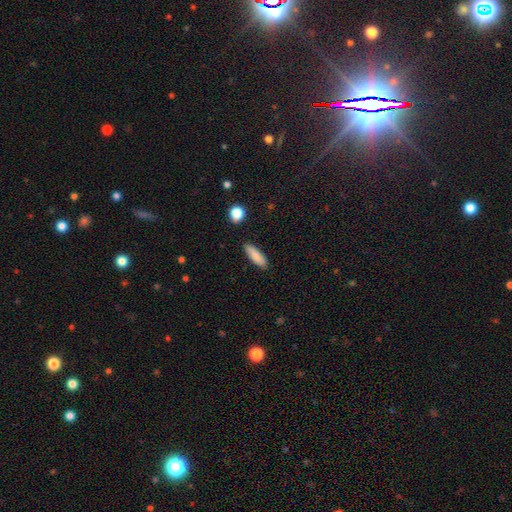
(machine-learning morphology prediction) Smooth or featured? Predicted: smooth (p=0.86). How rounded? Predicted: cigar-shaped (p=0.58). Merging? Predicted: none (p=0.87).